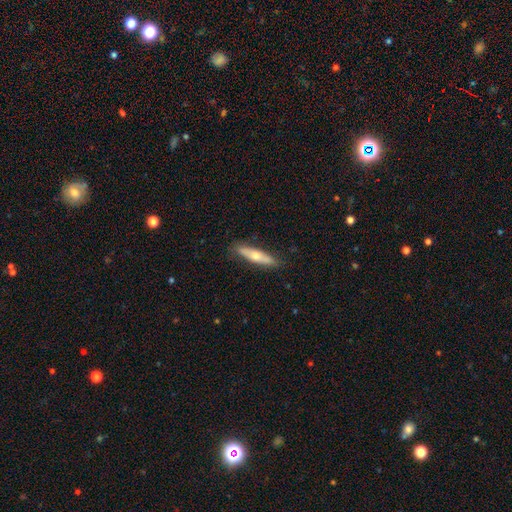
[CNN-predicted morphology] A smooth galaxy with no disk features (55%) that is cigar-shaped (77%). Merging: none (85%).